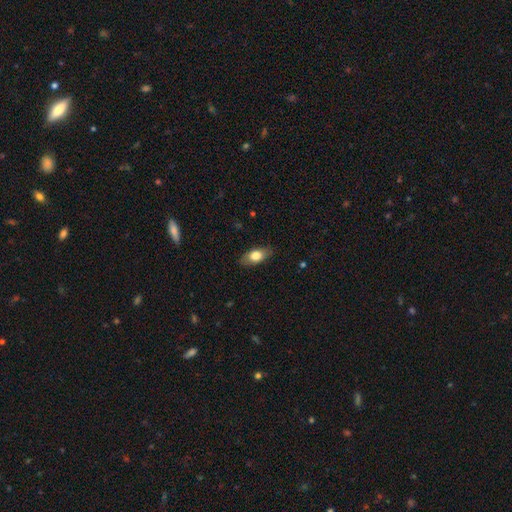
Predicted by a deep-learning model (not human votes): A smooth galaxy with no disk features (76%) that is in between round and cigar-shaped (87%).

Vote fractions:
- Smooth or featured? smooth: 76% / featured or disk: 17% / star or artifact: 7%
- How rounded? in between: 87% / cigar-shaped: 8% / round: 6%
- Merging? none: 85% / minor disturbance: 11% / major disturbance: 2% / merger: 1%